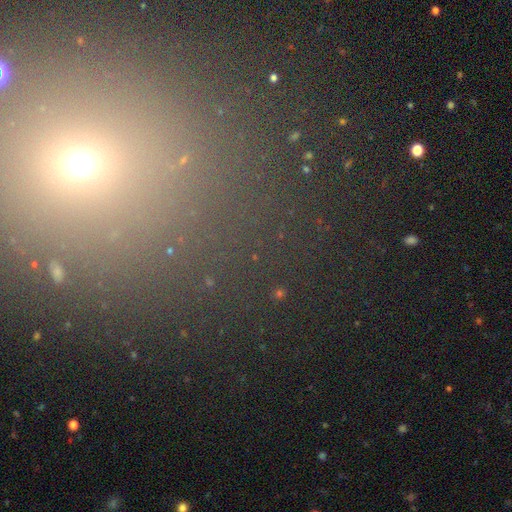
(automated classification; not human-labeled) The model was most divided on "smooth or featured": star or artifact: 58%, smooth: 34%, featured or disk: 9%.